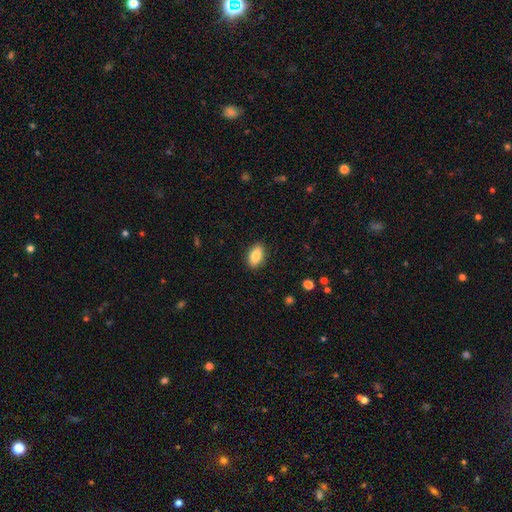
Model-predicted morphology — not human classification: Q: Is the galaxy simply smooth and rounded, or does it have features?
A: smooth — 84%.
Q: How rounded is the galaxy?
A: in between — 90%.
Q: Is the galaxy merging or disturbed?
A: none — 89%.